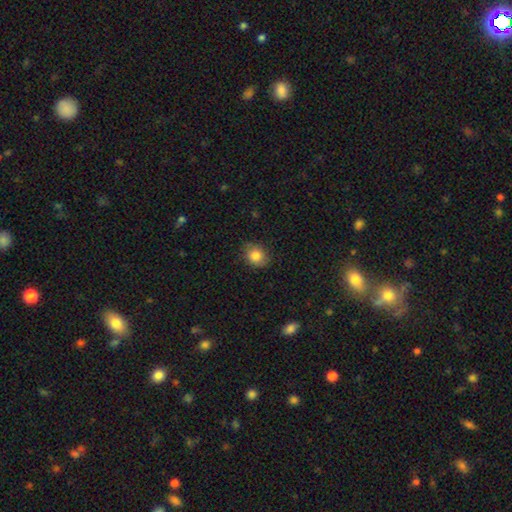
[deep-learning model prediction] A smooth galaxy with no disk features (81%) that is round (66%).

Vote fractions:
- Smooth or featured? smooth: 81% / featured or disk: 10% / star or artifact: 9%
- How rounded? round: 66% / in between: 33% / cigar-shaped: 1%
- Merging? none: 80% / minor disturbance: 15% / major disturbance: 3% / merger: 1%